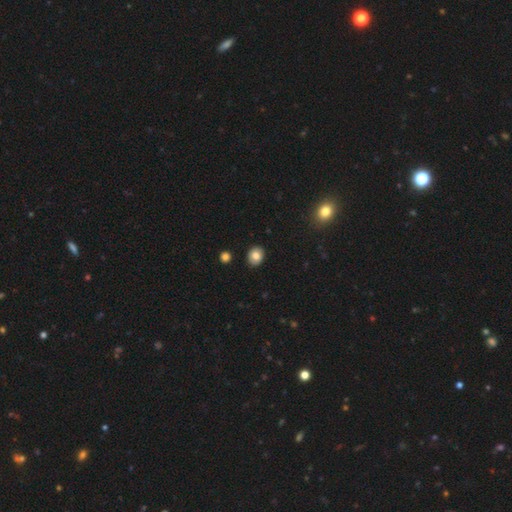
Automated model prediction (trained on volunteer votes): This is clearly a smooth galaxy (81%). How rounded: possibly round (58%). Merging: clearly none (90%).